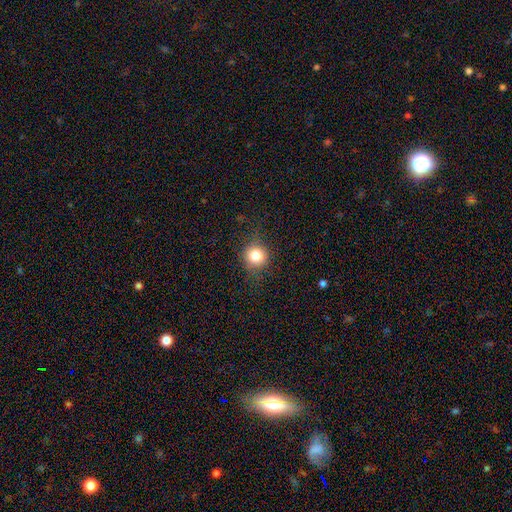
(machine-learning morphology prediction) A smooth galaxy with no disk features (81%) that is round (92%). Merging: none (83%).